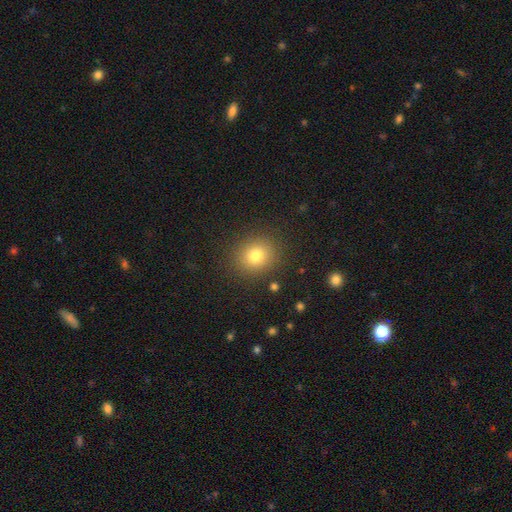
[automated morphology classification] A smooth galaxy with no disk features (78%) that is round (75%).

Vote fractions:
- Smooth or featured? smooth: 78% / star or artifact: 13% / featured or disk: 9%
- How rounded? round: 75% / in between: 24% / cigar-shaped: 1%
- Merging? none: 87% / minor disturbance: 8% / major disturbance: 3% / merger: 2%